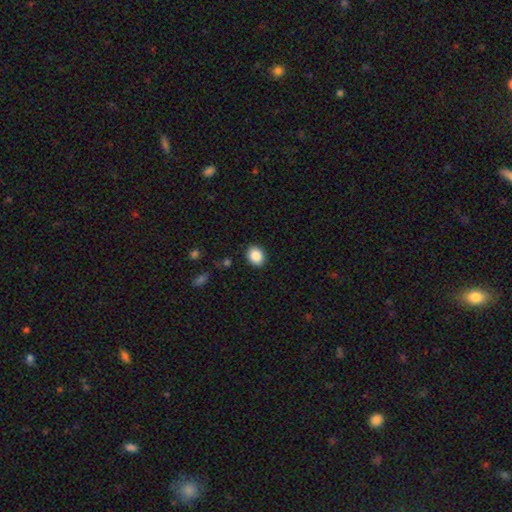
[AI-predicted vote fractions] smooth-or-featured: smooth: 88% | star or artifact: 8% | featured or disk: 4%
  how-rounded: in between: 52% | round: 47% | cigar-shaped: 1%
  merging: none: 89% | minor disturbance: 8% | major disturbance: 2% | merger: 1%